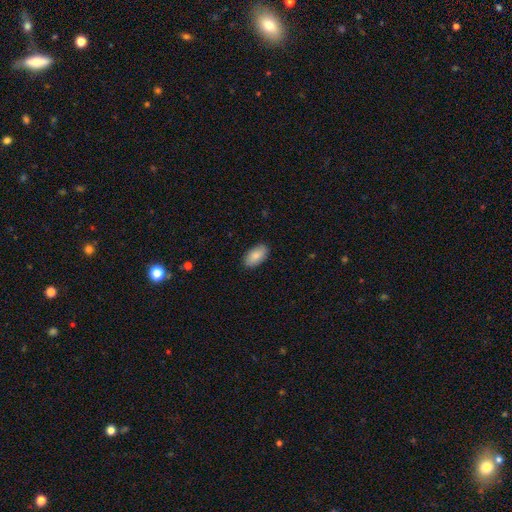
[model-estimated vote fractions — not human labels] The model was most divided on "smooth or featured": smooth: 85%, featured or disk: 9%, star or artifact: 6%. More confident: how rounded — in between (94%); merging — none (88%).